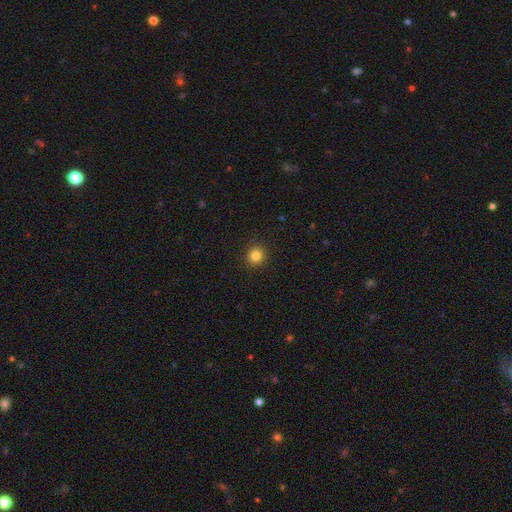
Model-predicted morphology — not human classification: Smooth or featured: smooth — 83% (star or artifact — 12%)
How rounded: round — 91% (in between — 8%)
Merging: none — 92% (minor disturbance — 5%)